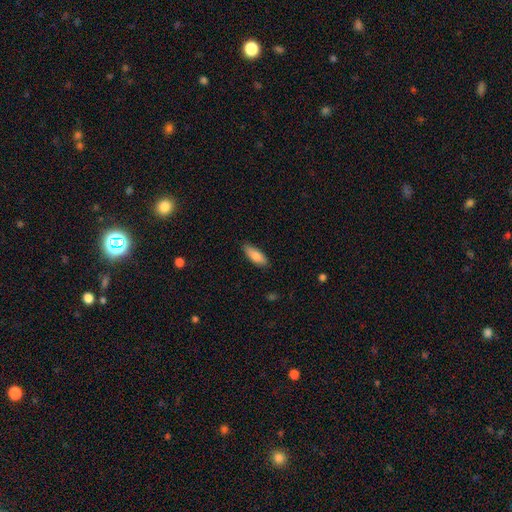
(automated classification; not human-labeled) This appears to be a smooth galaxy with no disk features (84%) that is in between round and cigar-shaped (69%). Merging: none (82%).